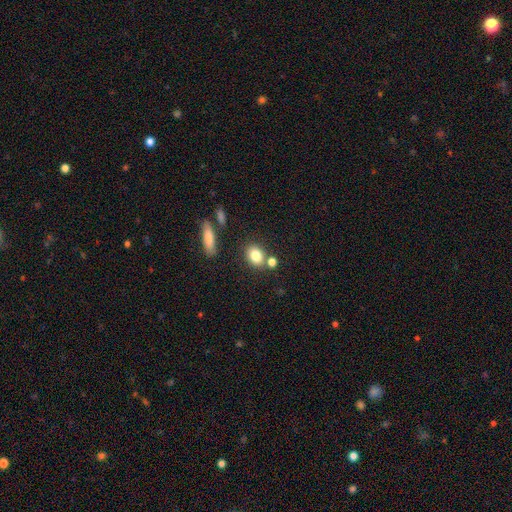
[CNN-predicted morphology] Q: Smooth or featured?
A: smooth (80%); runner-up: star or artifact (10%)
Q: How rounded?
A: in between (53%); runner-up: round (44%)
Q: Merging?
A: none (69%); runner-up: merger (16%)